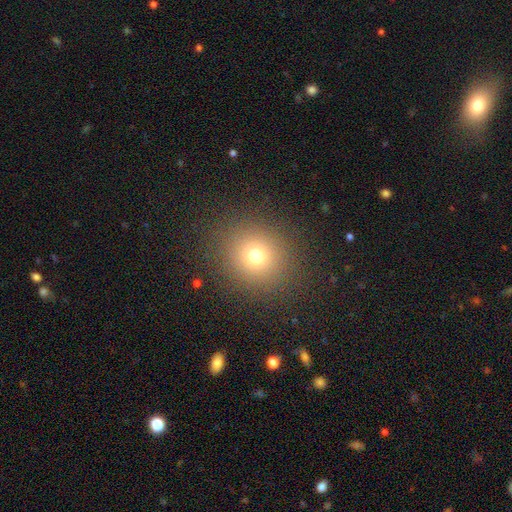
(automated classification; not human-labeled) The model was most divided on "smooth or featured": smooth: 73%, star or artifact: 18%, featured or disk: 9%. More confident: merging — none (89%); how rounded — round (86%).